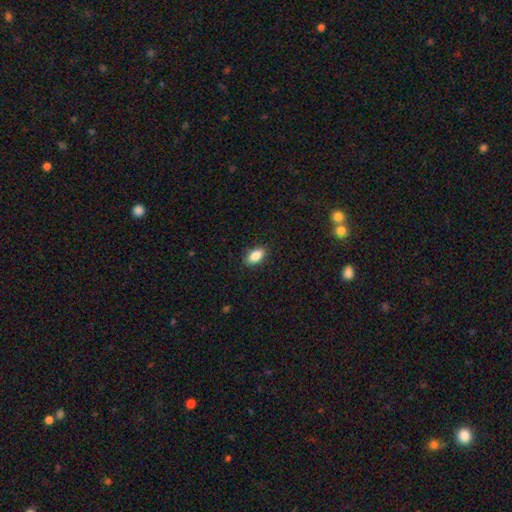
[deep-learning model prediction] Smooth or featured: smooth — 85% (star or artifact — 8%)
How rounded: in between — 89% (round — 6%)
Merging: none — 88% (minor disturbance — 9%)